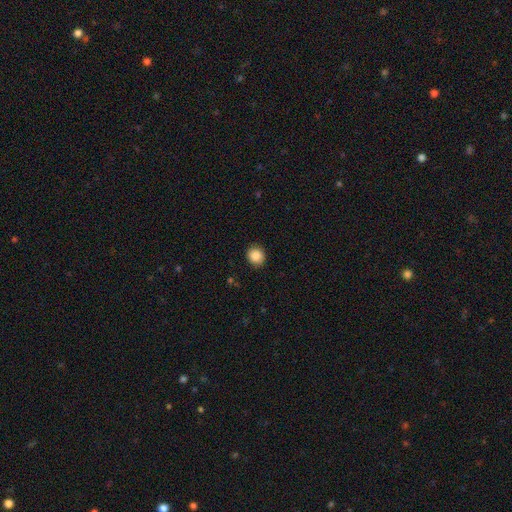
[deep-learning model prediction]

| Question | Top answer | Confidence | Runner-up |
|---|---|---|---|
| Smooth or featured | smooth | 88% | star or artifact (8%) |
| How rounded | round | 83% | in between (16%) |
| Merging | none | 88% | minor disturbance (9%) |